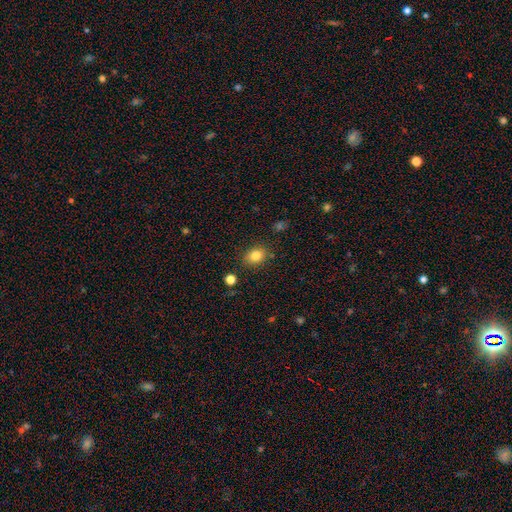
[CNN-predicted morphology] Q: Smooth or featured?
A: smooth (82%); runner-up: star or artifact (11%)
Q: How rounded?
A: in between (60%); runner-up: round (39%)
Q: Merging?
A: none (84%); runner-up: minor disturbance (11%)